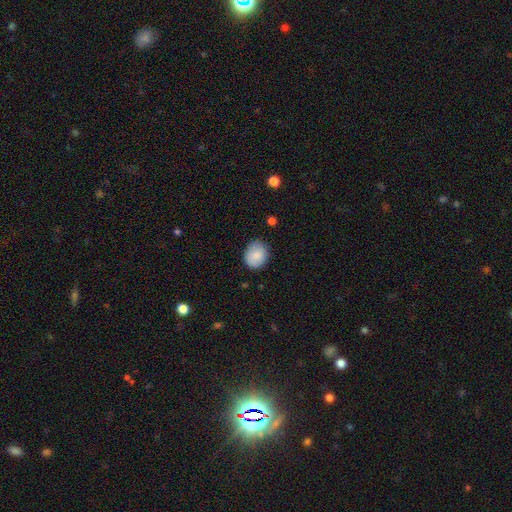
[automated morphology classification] Q: Smooth or featured?
A: smooth (85%); runner-up: featured or disk (8%)
Q: How rounded?
A: round (63%); runner-up: in between (36%)
Q: Merging?
A: none (81%); runner-up: minor disturbance (15%)